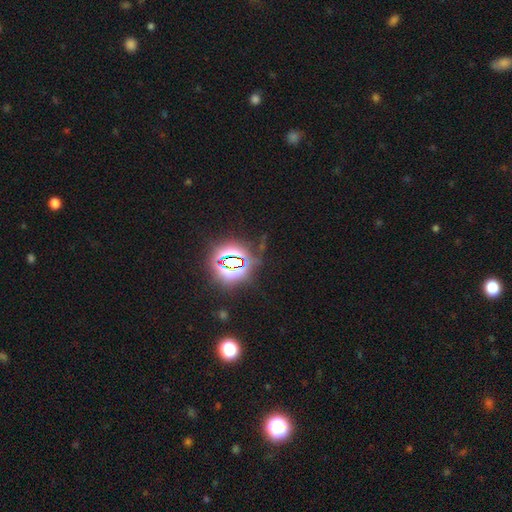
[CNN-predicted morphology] star or artifact 82%, smooth 10%, featured or disk 8%.